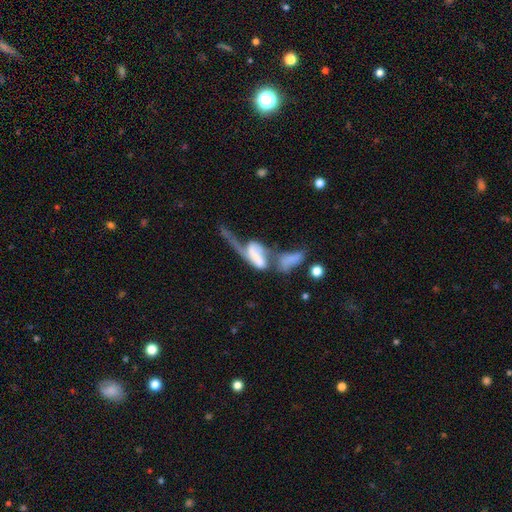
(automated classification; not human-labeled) Overall: featured or disk (56%; smooth 36%). Edge-on disk: no (91%). Bar: no (49%; strong 26%). Spiral arms: yes (58%; no 42%). Bulge size: none (51%; small 20%). Merging: merger (58%; major disturbance 27%).